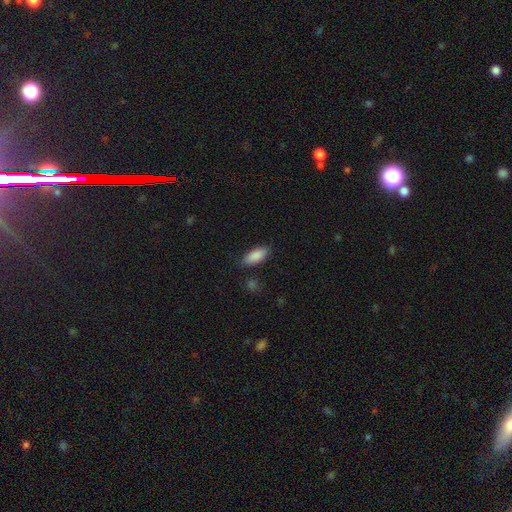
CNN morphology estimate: smooth 88%, star or artifact 6%, featured or disk 5%. Down the decision tree: how rounded — in between (85%); merging — none (82%).